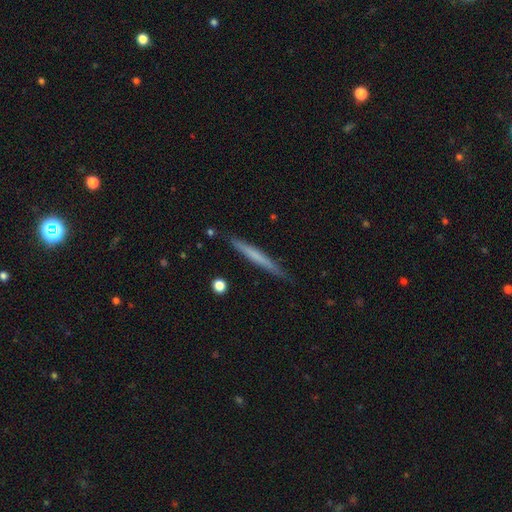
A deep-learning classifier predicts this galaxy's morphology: Smooth or featured? Predicted: smooth (p=0.54). How rounded? Predicted: cigar-shaped (p=0.97). Merging? Predicted: none (p=0.87).